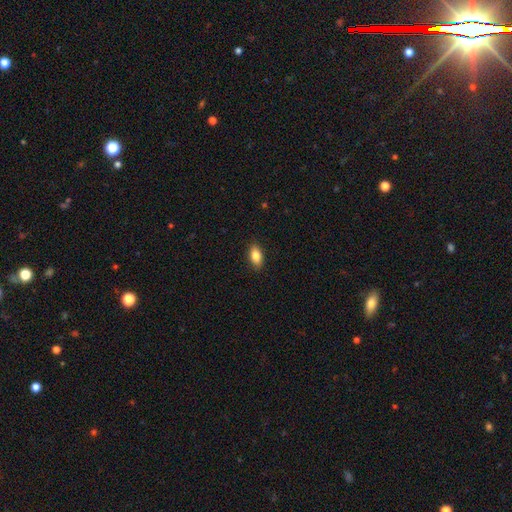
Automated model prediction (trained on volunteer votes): A smooth galaxy with no disk features (83%) that is in between round and cigar-shaped (89%). Merging: none (89%).